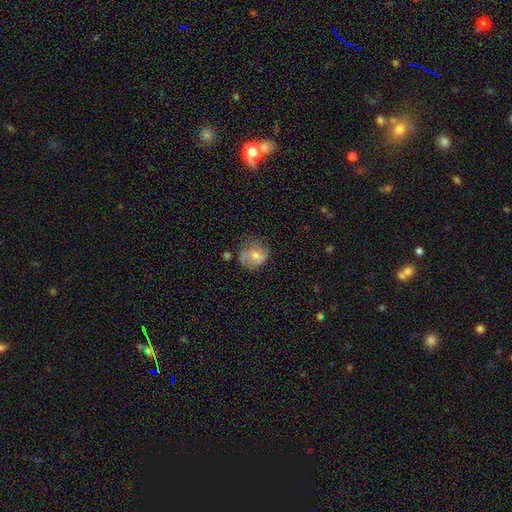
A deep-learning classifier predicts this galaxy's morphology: Overall: featured or disk (45%; smooth 44%). Merging: none (60%; minor disturbance 26%).